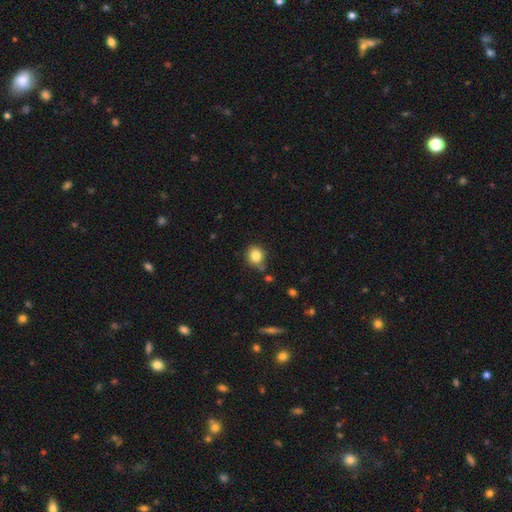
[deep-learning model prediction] smooth_or_featured: smooth (p=0.83) [alt: star or artifact p=0.10]
how_rounded: round (p=0.76) [alt: in between p=0.23]
merging: none (p=0.71) [alt: minor disturbance p=0.18]